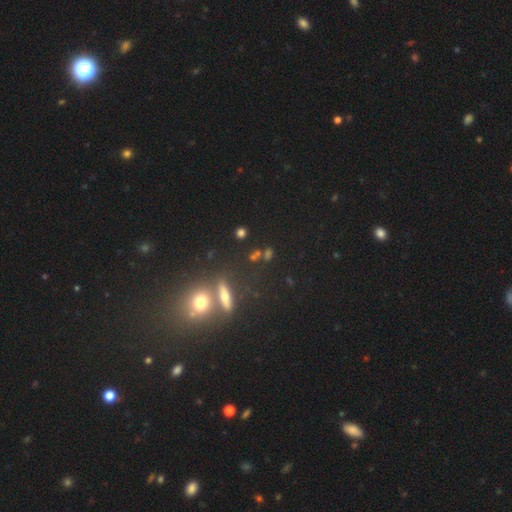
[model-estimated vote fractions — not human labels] smooth-or-featured: smooth: 45% | star or artifact: 33% | featured or disk: 22%
  merging: none: 62% | merger: 21% | minor disturbance: 10% | major disturbance: 7%